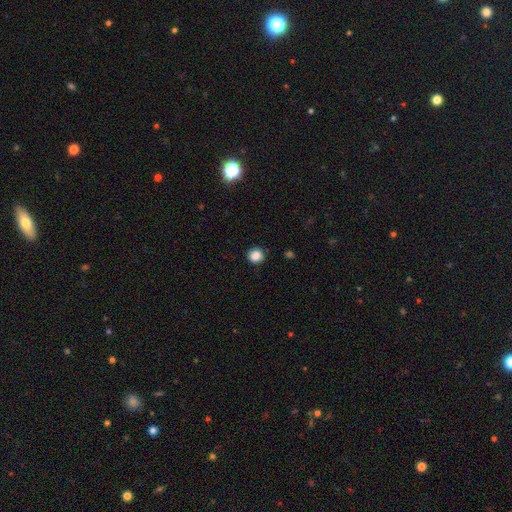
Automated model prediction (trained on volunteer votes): Morphology: type=smooth (86%); roundness=round (91%); merging=none (88%).